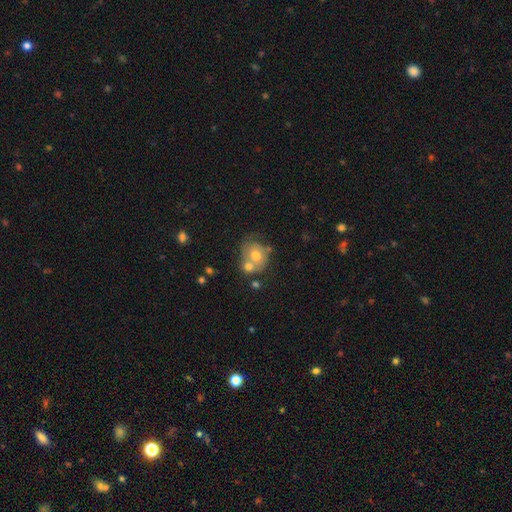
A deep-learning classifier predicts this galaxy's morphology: This appears to be a smooth galaxy with no disk features (52%) that is round (61%). Merging: merger (41%).